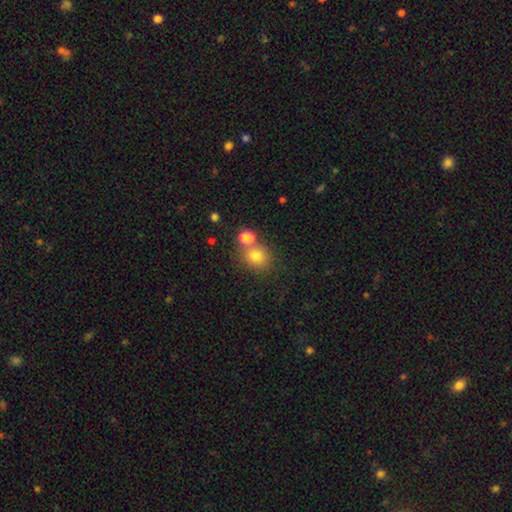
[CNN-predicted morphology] Overall: smooth (79%). How rounded: round (80%). Merging: none (62%; merger 25%).